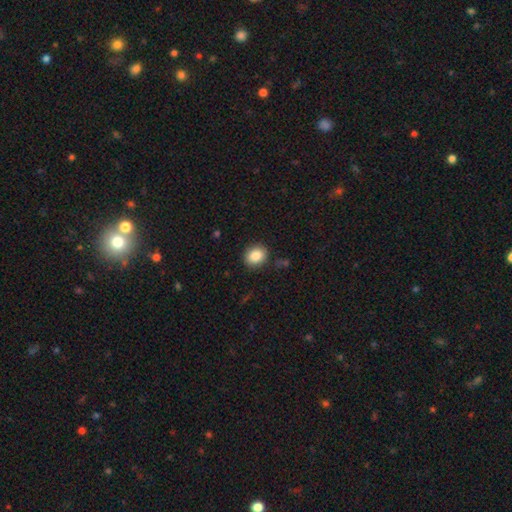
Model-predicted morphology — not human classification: The model was most divided on "how rounded": round: 68%, in between: 31%, cigar-shaped: 1%. More confident: merging — none (87%); smooth or featured — smooth (86%).